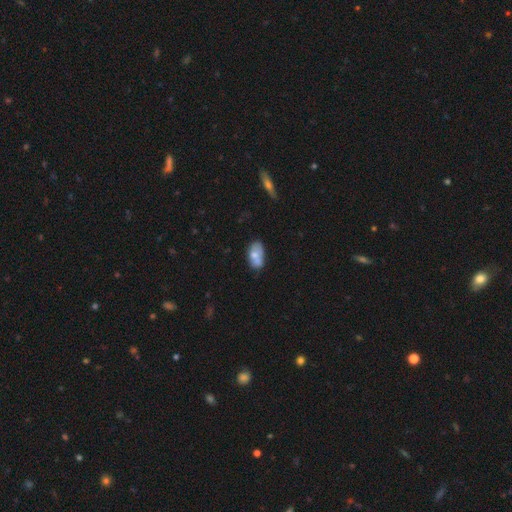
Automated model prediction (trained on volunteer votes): Smooth or featured? smooth (65%)
How rounded? in between (90%)
Merging? none (45%)